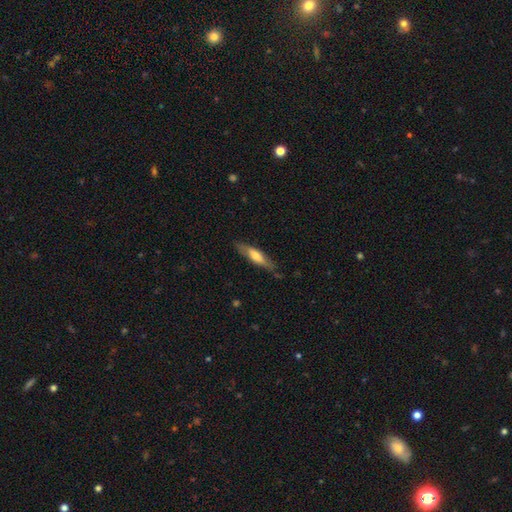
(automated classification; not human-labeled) A smooth galaxy with no disk features (54%) that is cigar-shaped (69%). Merging: none (78%).